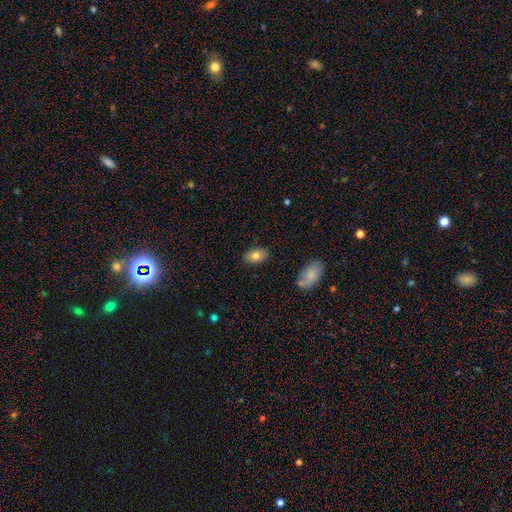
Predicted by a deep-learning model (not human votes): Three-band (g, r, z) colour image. It shows a smooth galaxy with no disk features (78%) that is in between round and cigar-shaped (88%). Merging: none (83%).